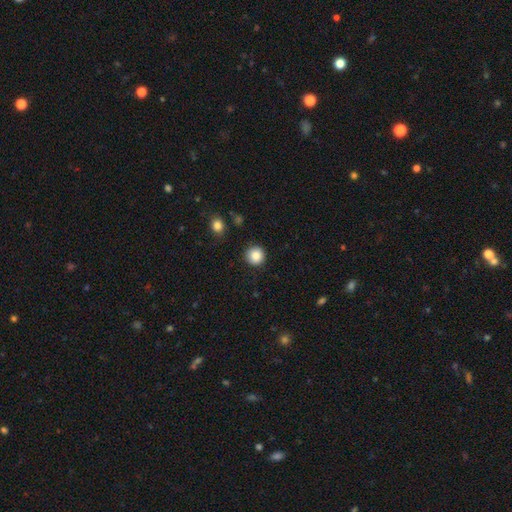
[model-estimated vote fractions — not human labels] Morphology: type=smooth (86%); roundness=round (94%); merging=none (90%).